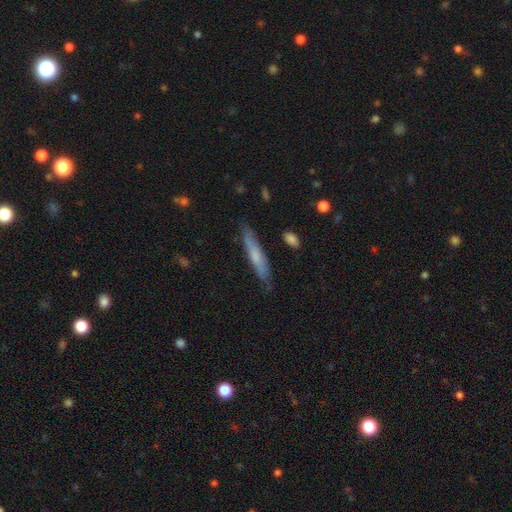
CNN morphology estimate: Smooth or featured?
  - smooth: 58% *
  - featured or disk: 36%
  - star or artifact: 6%
How rounded?
  - cigar-shaped: 91% *
  - in between: 7%
  - round: 1%
Merging?
  - none: 82% *
  - minor disturbance: 14%
  - major disturbance: 3%
  - merger: 2%